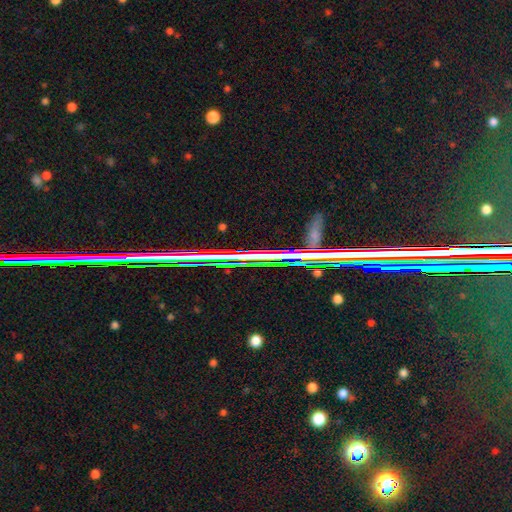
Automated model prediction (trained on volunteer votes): Morphology: type=star or artifact (78%).